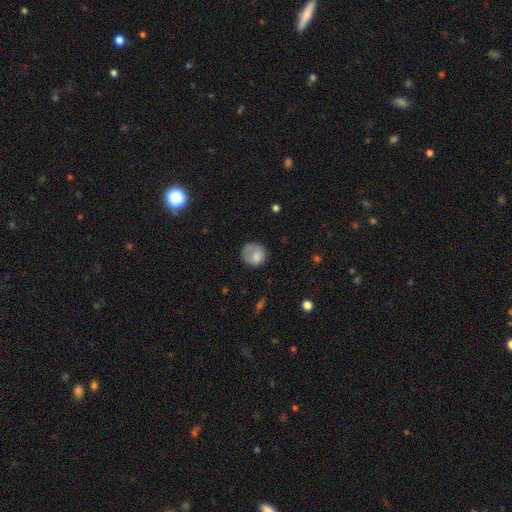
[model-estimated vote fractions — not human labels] A smooth galaxy with no disk features (76%) that is round (83%).

Vote fractions:
- Smooth or featured? smooth: 76% / featured or disk: 16% / star or artifact: 8%
- How rounded? round: 83% / in between: 16% / cigar-shaped: 1%
- Merging? none: 58% / minor disturbance: 24% / major disturbance: 16% / merger: 2%